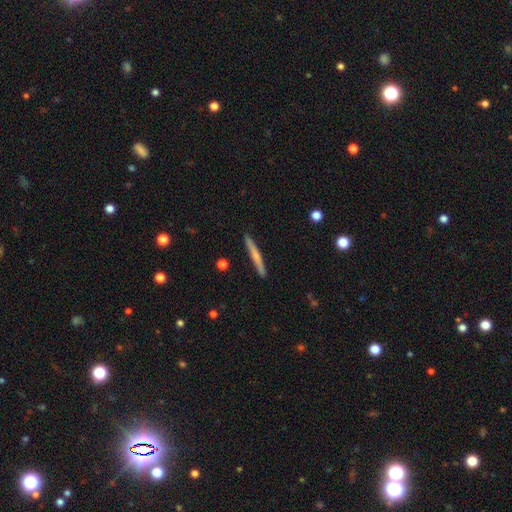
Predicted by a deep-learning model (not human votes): This is possibly a smooth galaxy (53%). How rounded: clearly cigar-shaped (96%). Merging: clearly none (90%).